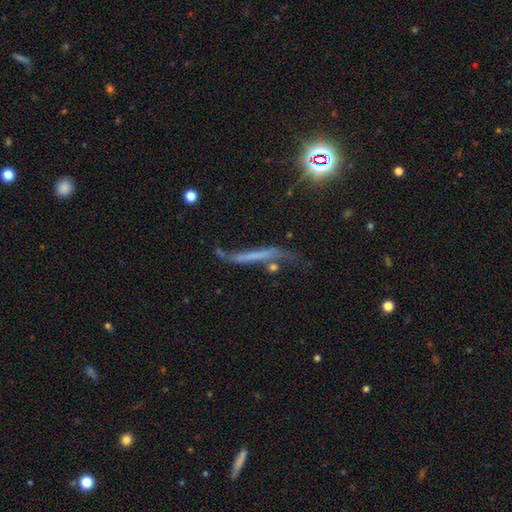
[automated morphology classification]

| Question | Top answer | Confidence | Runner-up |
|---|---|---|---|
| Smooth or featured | featured or disk | 52% | smooth (31%) |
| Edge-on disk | yes | 60% | no (40%) |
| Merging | none | 41% | minor disturbance (25%) |